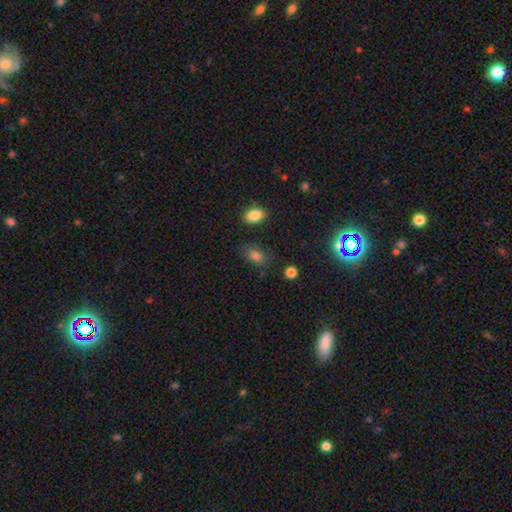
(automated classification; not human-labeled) The model was most divided on "merging": none: 73%, minor disturbance: 19%, major disturbance: 5%, merger: 3%. More confident: how rounded — in between (83%); smooth or featured — smooth (80%).